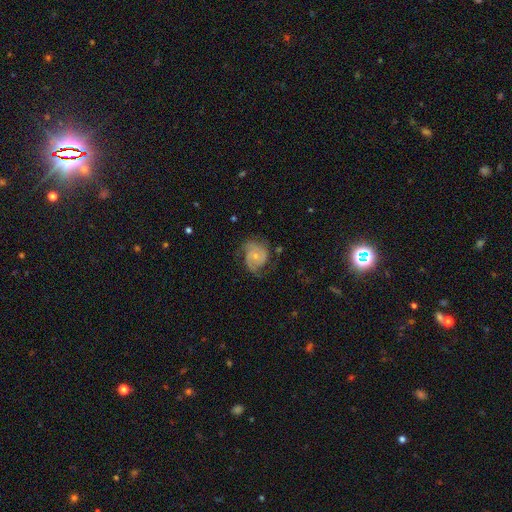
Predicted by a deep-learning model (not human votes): Q: Smooth or featured?
A: featured or disk (72%); runner-up: smooth (21%)
Q: Edge-on disk?
A: no (98%); runner-up: yes (2%)
Q: Bar?
A: no (72%); runner-up: weak (24%)
Q: Spiral arms?
A: yes (92%); runner-up: no (8%)
Q: Spiral winding?
A: medium (44%); runner-up: tight (36%)
Q: Spiral arm count?
A: 2 (53%); runner-up: 3 (17%)
Q: Bulge size?
A: small (67%); runner-up: moderate (27%)
Q: Merging?
A: none (57%); runner-up: minor disturbance (25%)